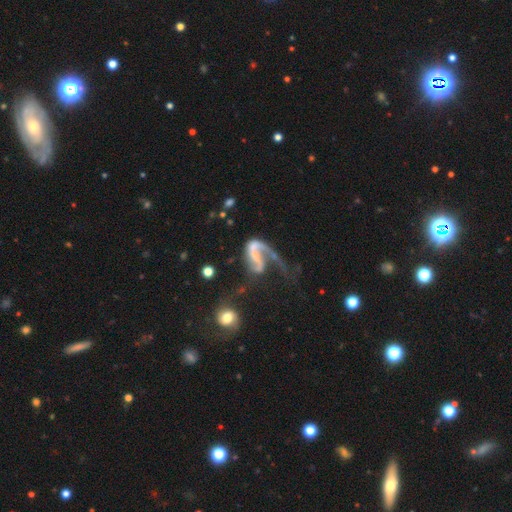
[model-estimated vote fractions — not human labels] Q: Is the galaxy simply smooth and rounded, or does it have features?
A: featured or disk — 82%.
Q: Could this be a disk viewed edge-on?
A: no — 97%.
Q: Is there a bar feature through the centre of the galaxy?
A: weak — 37%.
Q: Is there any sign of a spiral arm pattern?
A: yes — 88%.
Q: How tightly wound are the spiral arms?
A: loose — 63%.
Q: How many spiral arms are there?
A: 1 — 49%.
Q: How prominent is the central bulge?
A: small — 38%.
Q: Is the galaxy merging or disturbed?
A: major disturbance — 50%.